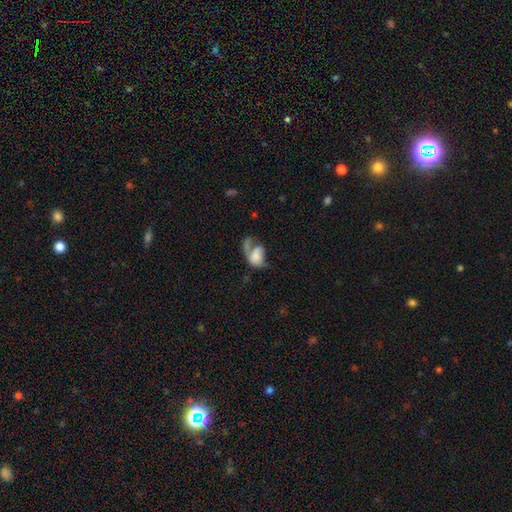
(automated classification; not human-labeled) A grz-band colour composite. It shows a smooth galaxy with no disk features (54%) that is in between round and cigar-shaped (80%). Merging: major disturbance (45%).